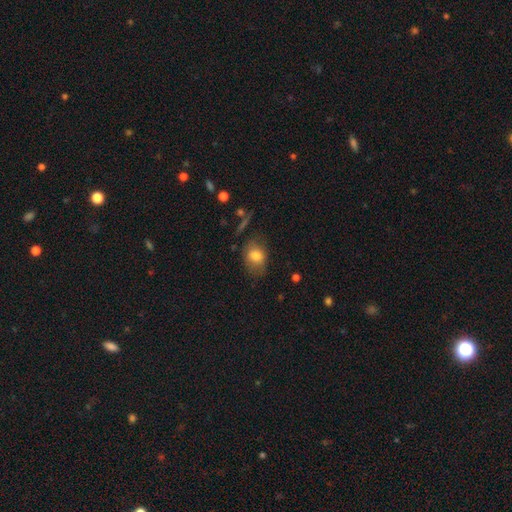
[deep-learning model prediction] A smooth galaxy with no disk features (78%) that is in between round and cigar-shaped (68%).

Vote fractions:
- Smooth or featured? smooth: 78% / featured or disk: 14% / star or artifact: 9%
- How rounded? in between: 68% / round: 31% / cigar-shaped: 1%
- Merging? none: 65% / minor disturbance: 23% / major disturbance: 9% / merger: 2%